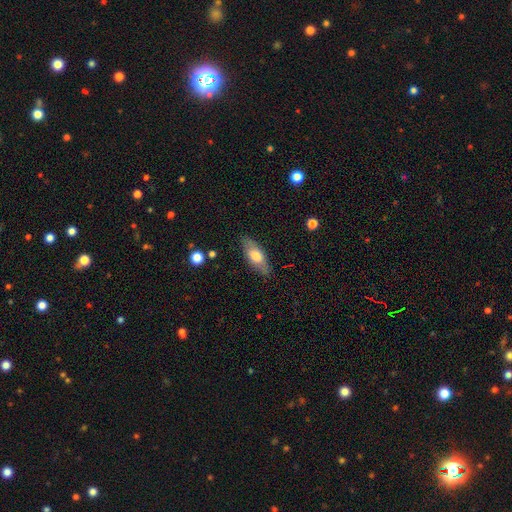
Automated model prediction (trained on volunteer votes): Q: Smooth or featured?
A: smooth (65%); runner-up: featured or disk (29%)
Q: How rounded?
A: in between (77%); runner-up: cigar-shaped (21%)
Q: Merging?
A: none (82%); runner-up: minor disturbance (13%)